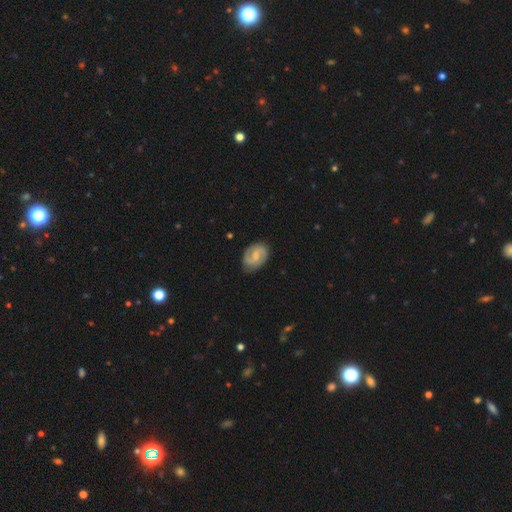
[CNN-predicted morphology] Smooth or featured? featured or disk (80%)
Edge-on disk? no (98%)
Bar? weak (54%)
Spiral arms? yes (96%)
Spiral winding? medium (51%)
Spiral arm count? 2 (91%)
Bulge size? small (45%)
Merging? none (84%)